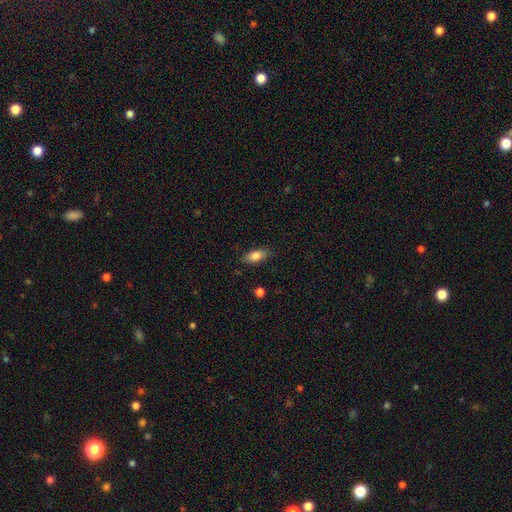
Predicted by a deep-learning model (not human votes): smooth 82%, featured or disk 11%, star or artifact 8%. Down the decision tree: how rounded — in between (84%); merging — none (83%).